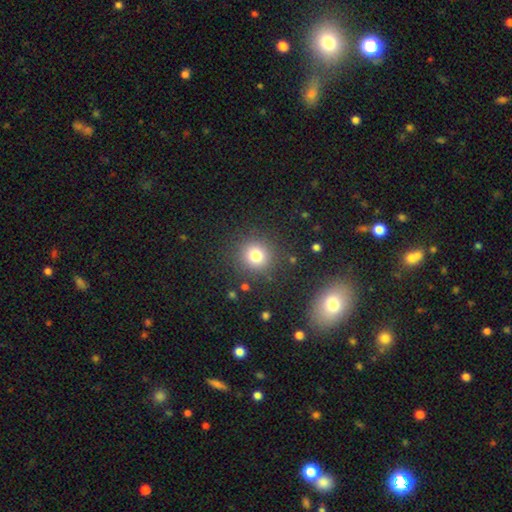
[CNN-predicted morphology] Overall: smooth (77%). How rounded: round (92%). Merging: none (87%).